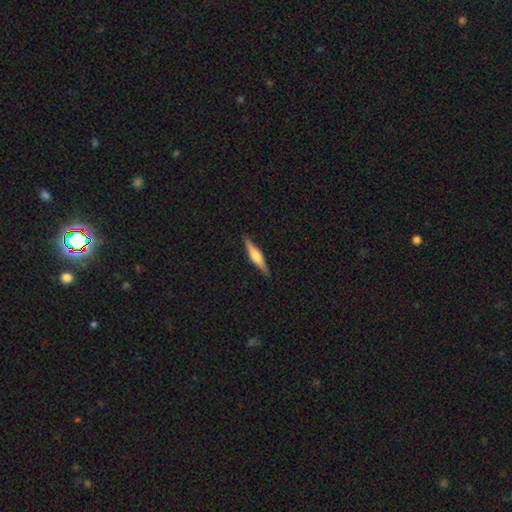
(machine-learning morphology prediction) A featured or disk galaxy (64%) viewed edge-on (97%) with a rounded central bulge (80%). Merging: none (90%).